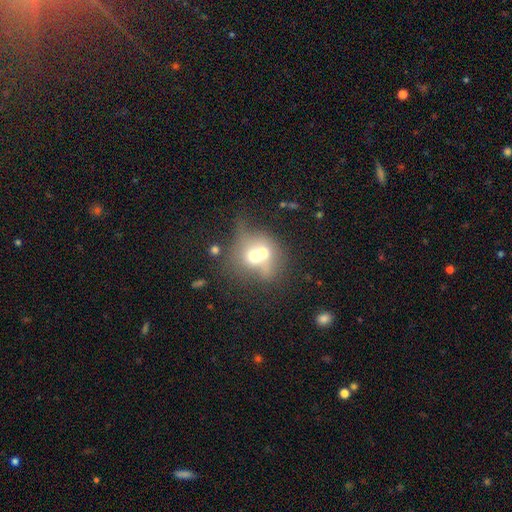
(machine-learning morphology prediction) smooth_or_featured: smooth (p=0.57) [alt: featured or disk p=0.30]
how_rounded: round (p=0.74) [alt: in between p=0.24]
merging: merger (p=0.62) [alt: none p=0.22]